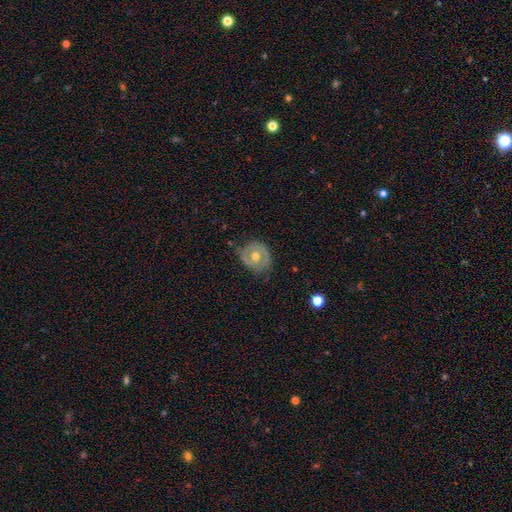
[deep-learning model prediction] Smooth or featured: featured or disk — 57% (smooth — 36%)
Edge-on disk: no — 95% (yes — 5%)
Bar: no — 75% (weak — 20%)
Spiral arms: no — 58% (yes — 42%)
Bulge size: moderate — 79% (small — 11%)
Merging: none — 68% (minor disturbance — 24%)